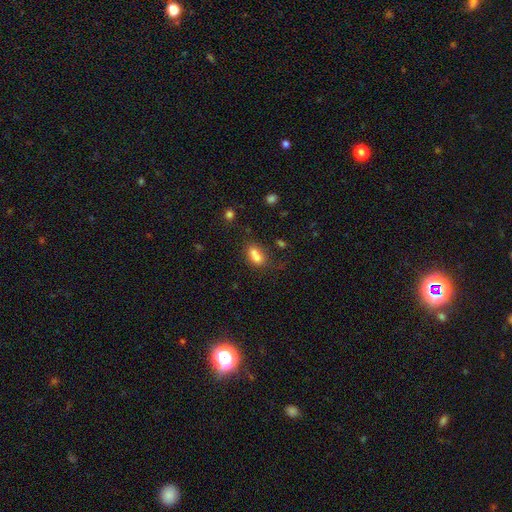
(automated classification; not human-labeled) Smooth or featured? smooth (70%)
How rounded? in between (58%)
Merging? merger (63%)